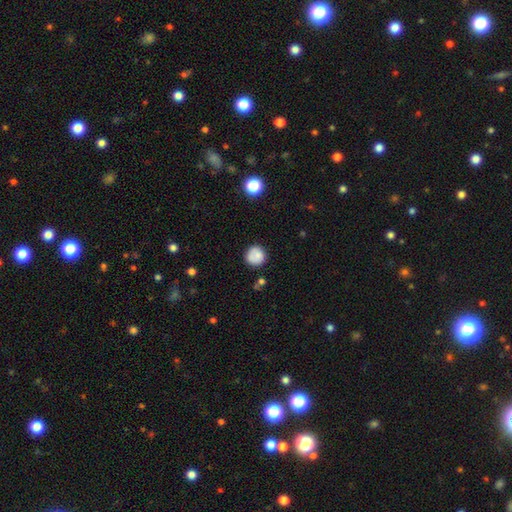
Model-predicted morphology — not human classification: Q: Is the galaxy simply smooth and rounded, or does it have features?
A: smooth — 78%.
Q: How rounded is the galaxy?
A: round — 92%.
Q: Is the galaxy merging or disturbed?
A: none — 75%.